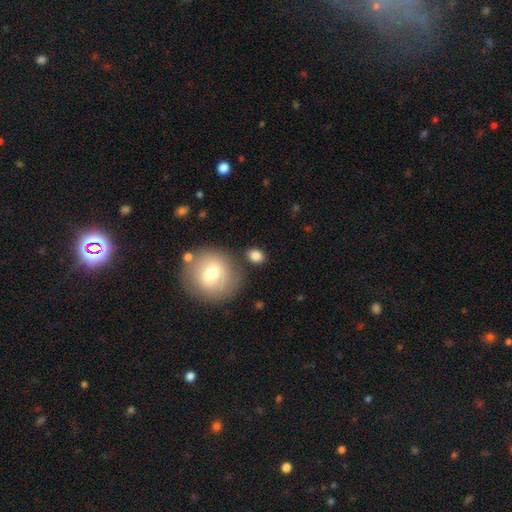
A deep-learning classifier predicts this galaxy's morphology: A smooth galaxy with no disk features (83%) that is in between round and cigar-shaped (52%). Merging: none (79%).